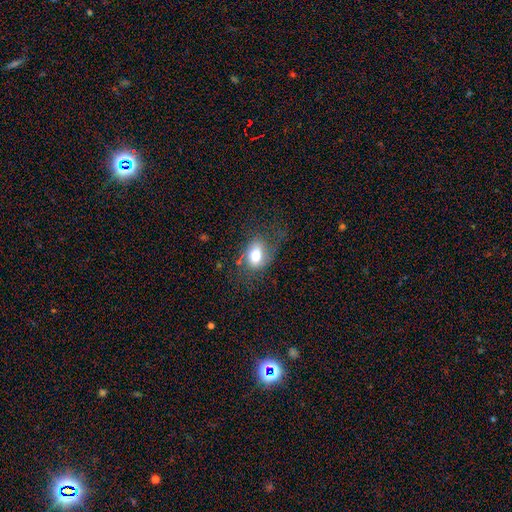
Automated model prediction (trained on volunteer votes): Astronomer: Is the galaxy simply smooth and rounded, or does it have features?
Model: smooth — 67%.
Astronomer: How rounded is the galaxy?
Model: in between — 73%.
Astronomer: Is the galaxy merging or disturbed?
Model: none — 50%.